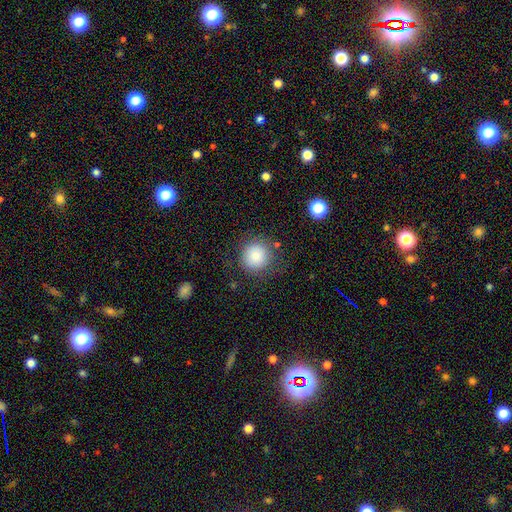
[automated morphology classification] smooth_or_featured: smooth (p=0.81) [alt: star or artifact p=0.10]
how_rounded: round (p=0.93) [alt: in between p=0.06]
merging: none (p=0.80) [alt: minor disturbance p=0.12]